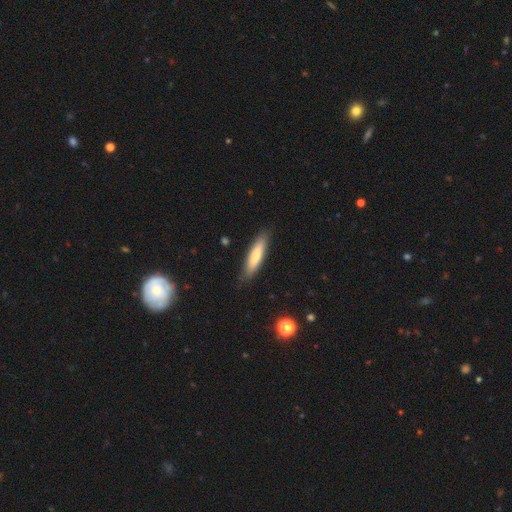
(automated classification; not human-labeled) The model was most divided on "smooth or featured": smooth: 71%, featured or disk: 23%, star or artifact: 6%. More confident: merging — none (86%); how rounded — cigar-shaped (74%).